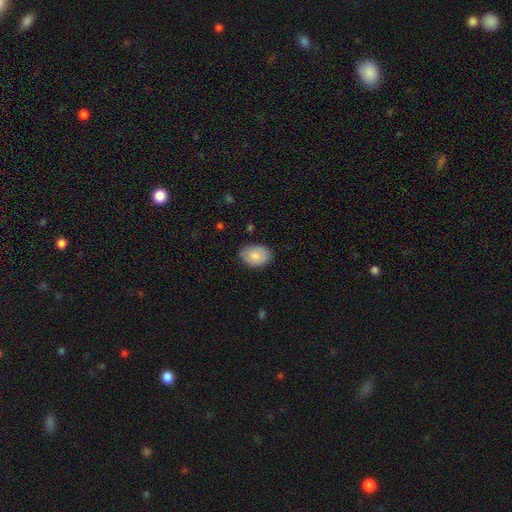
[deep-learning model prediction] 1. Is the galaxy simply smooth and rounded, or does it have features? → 86% smooth, 8% featured or disk, 6% star or artifact.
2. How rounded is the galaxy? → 80% in between, 19% round, 1% cigar-shaped.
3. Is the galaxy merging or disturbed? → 79% none, 17% minor disturbance, 3% major disturbance, 1% merger.